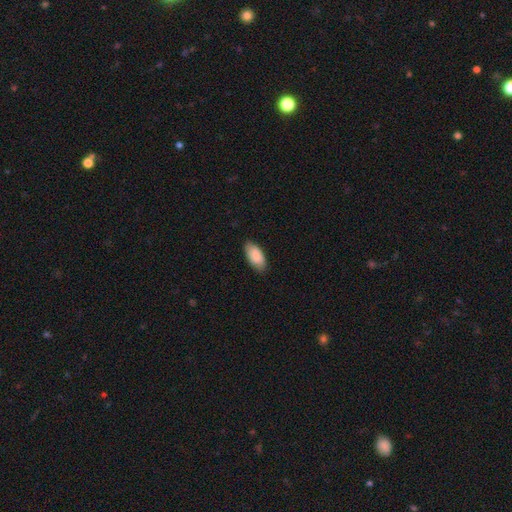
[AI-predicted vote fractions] smooth 89%, star or artifact 6%, featured or disk 5%. Down the decision tree: how rounded — in between (92%); merging — none (82%).